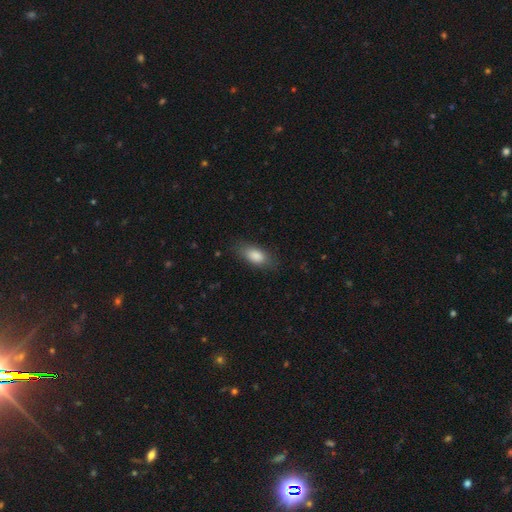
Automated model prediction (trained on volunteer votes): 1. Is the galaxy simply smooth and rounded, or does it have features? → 86% smooth, 8% featured or disk, 7% star or artifact.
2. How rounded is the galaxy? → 86% in between, 10% cigar-shaped, 4% round.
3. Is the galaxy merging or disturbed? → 79% none, 16% minor disturbance, 5% major disturbance, 1% merger.